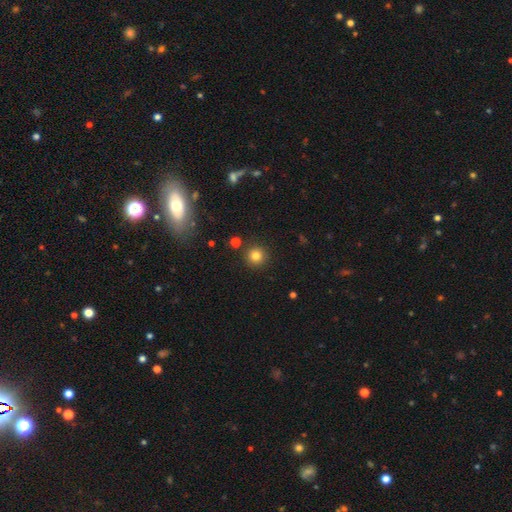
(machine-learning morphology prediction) Q: Smooth or featured?
A: smooth (81%); runner-up: star or artifact (13%)
Q: How rounded?
A: round (94%); runner-up: in between (5%)
Q: Merging?
A: none (89%); runner-up: minor disturbance (6%)